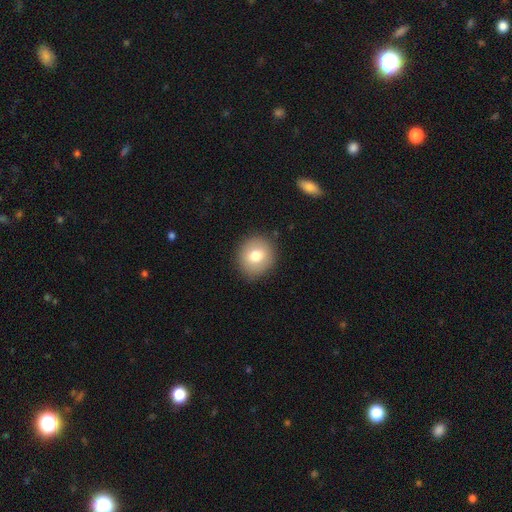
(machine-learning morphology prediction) A smooth galaxy with no disk features (76%) that is round (84%). Merging: none (88%).